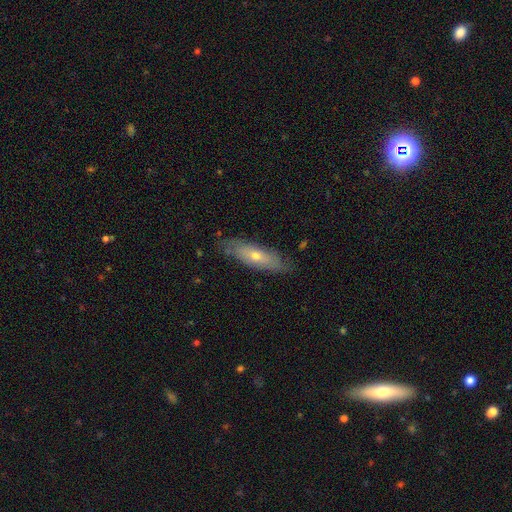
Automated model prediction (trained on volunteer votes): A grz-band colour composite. It shows a smooth galaxy with no disk features (47%, tied with featured or disk). Merging: none (76%).